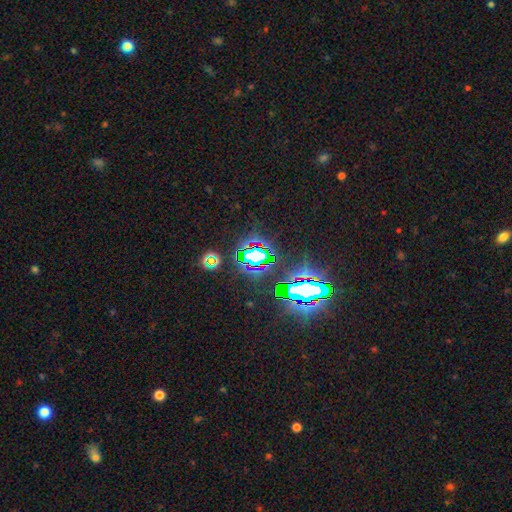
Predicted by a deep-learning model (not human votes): Q: Smooth or featured?
A: star or artifact (72%); runner-up: smooth (14%)